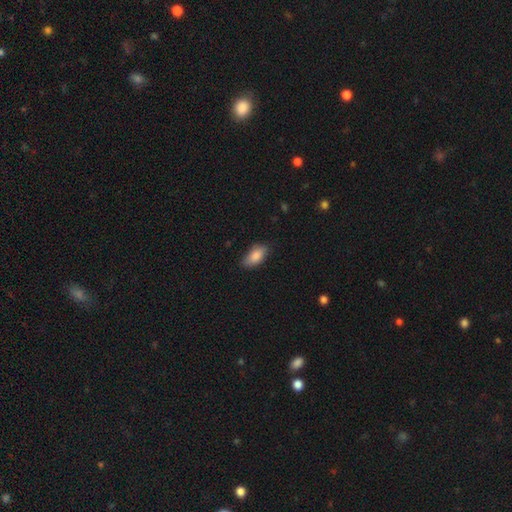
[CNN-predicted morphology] smooth 86%, featured or disk 7%, star or artifact 7%. Down the decision tree: how rounded — in between (91%); merging — none (74%).